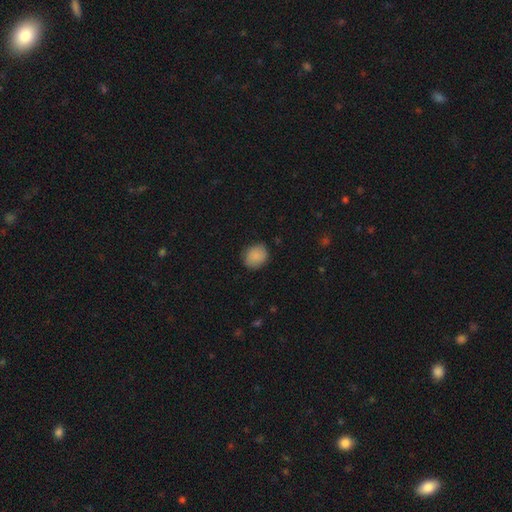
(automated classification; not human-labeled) Morphology: type=smooth (88%); roundness=round (68%); merging=none (85%).